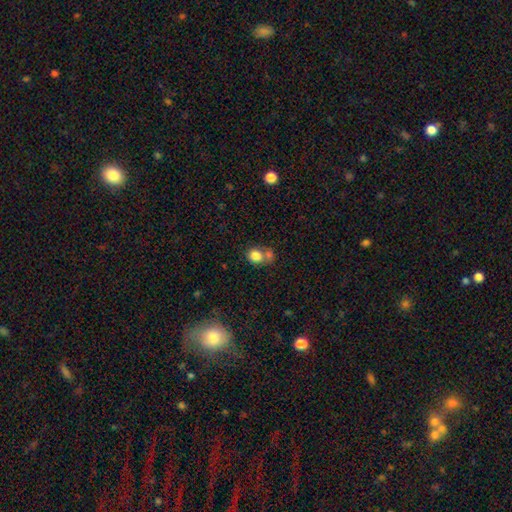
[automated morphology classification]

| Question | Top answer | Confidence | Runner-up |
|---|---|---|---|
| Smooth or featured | smooth | 80% | featured or disk (10%) |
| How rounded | round | 64% | in between (35%) |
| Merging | merger | 42% | none (41%) |